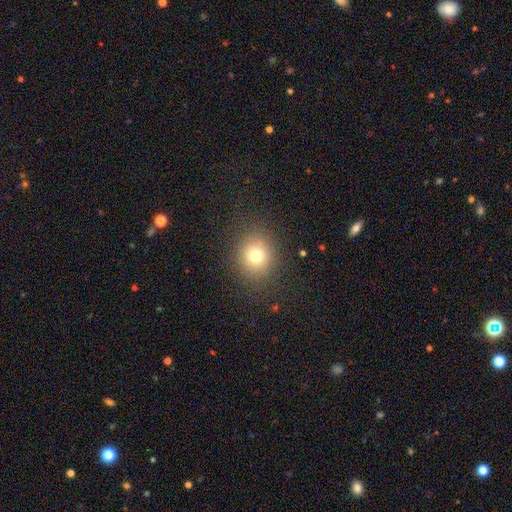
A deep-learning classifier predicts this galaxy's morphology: Overall: smooth (74%). How rounded: round (83%). Merging: none (86%).